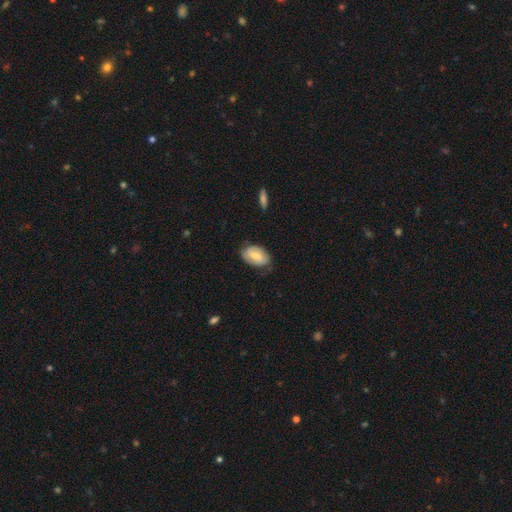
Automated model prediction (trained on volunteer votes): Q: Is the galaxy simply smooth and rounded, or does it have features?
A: smooth — 61%.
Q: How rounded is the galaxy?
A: in between — 88%.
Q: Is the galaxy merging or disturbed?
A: none — 68%.